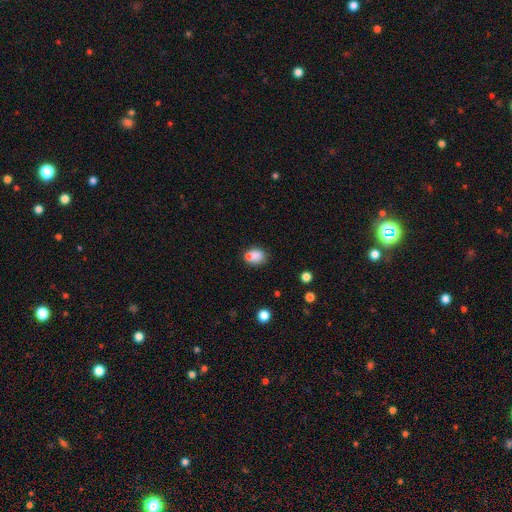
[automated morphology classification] A smooth galaxy with no disk features (80%) that is in between round and cigar-shaped (54%). Merging: none (52%).